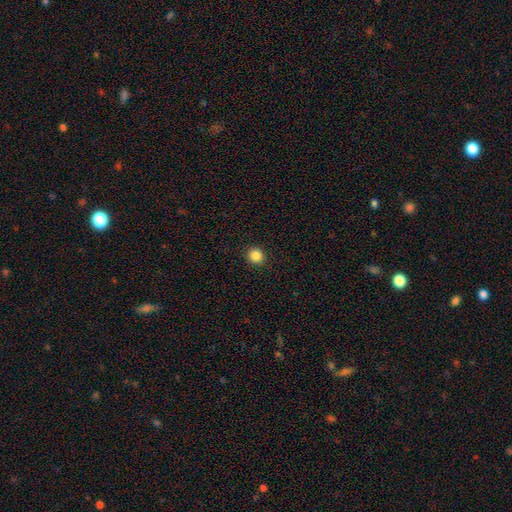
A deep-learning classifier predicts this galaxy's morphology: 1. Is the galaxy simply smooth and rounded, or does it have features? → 86% smooth, 11% star or artifact, 3% featured or disk.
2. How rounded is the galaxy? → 88% round, 11% in between, 1% cigar-shaped.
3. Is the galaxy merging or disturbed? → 93% none, 5% minor disturbance, 2% major disturbance, 1% merger.